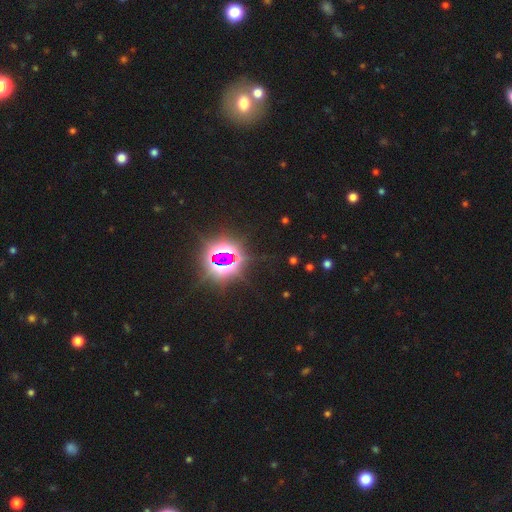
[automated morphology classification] Smooth or featured? star or artifact (81%)